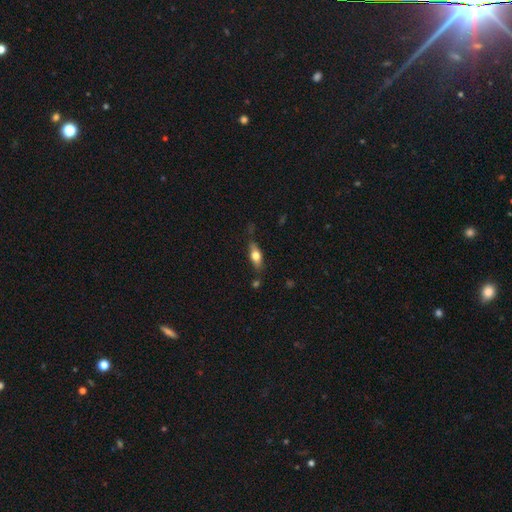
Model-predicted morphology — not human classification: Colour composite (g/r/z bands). It shows a smooth galaxy with no disk features (60%) that is in between round and cigar-shaped (68%). Merging: none (71%).